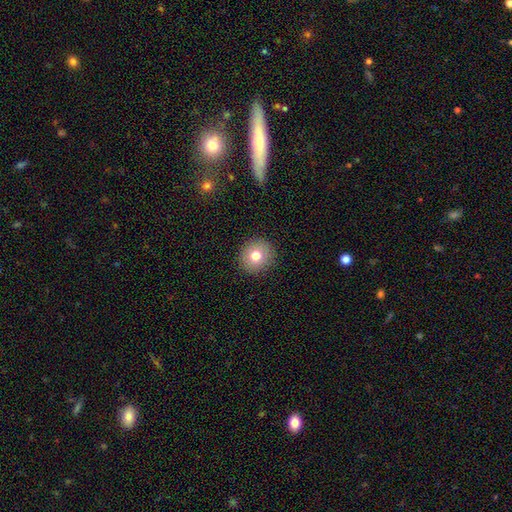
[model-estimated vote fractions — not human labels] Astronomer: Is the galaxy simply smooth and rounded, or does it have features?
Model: smooth — 76%.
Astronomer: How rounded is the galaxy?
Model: round — 90%.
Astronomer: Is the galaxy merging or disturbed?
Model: none — 91%.